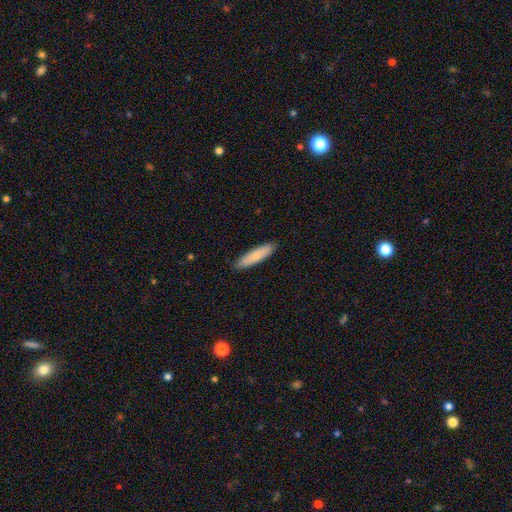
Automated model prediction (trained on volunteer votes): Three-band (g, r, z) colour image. It shows a smooth galaxy with no disk features (82%) that is cigar-shaped (81%). Merging: none (90%).